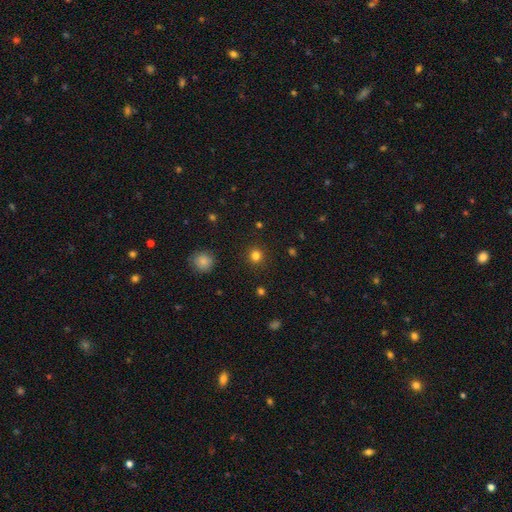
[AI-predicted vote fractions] A smooth galaxy with no disk features (81%) that is round (93%). Merging: none (91%).